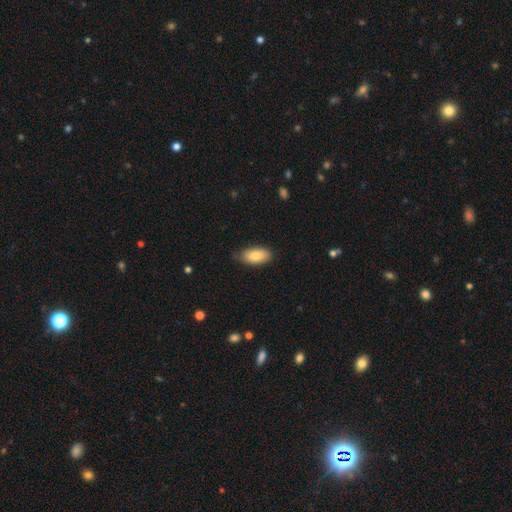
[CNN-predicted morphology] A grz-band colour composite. It shows a smooth galaxy with no disk features (81%) that is in between round and cigar-shaped (92%). Merging: none (71%).